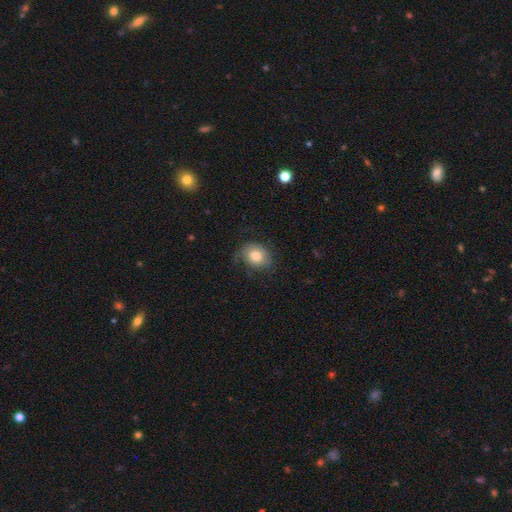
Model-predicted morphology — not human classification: The model was most divided on "how rounded": in between: 50%, round: 49%, cigar-shaped: 1%. More confident: smooth or featured — smooth (69%); merging — none (62%).